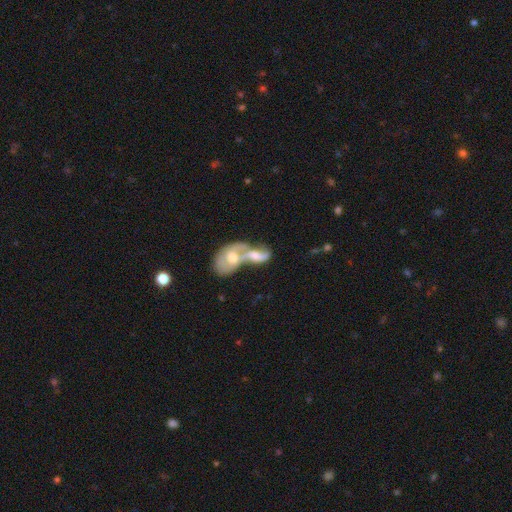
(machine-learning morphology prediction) A featured or disk galaxy (55%) with no bar (59%), spiral arms (65%) and a moderate central bulge (55%). Merging: merger (82%).